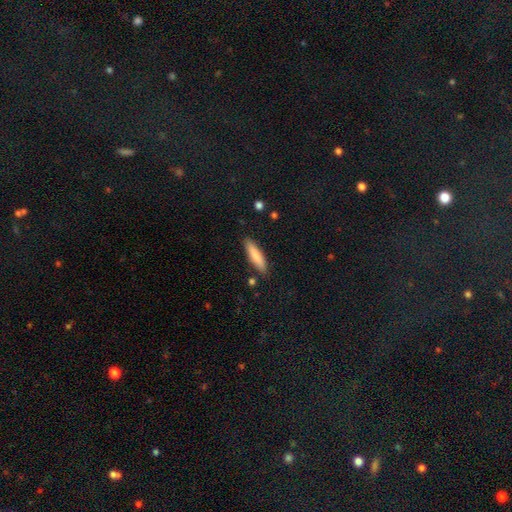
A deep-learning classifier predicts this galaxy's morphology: Q: Smooth or featured?
A: smooth (80%); runner-up: featured or disk (14%)
Q: How rounded?
A: cigar-shaped (71%); runner-up: in between (28%)
Q: Merging?
A: none (85%); runner-up: minor disturbance (10%)